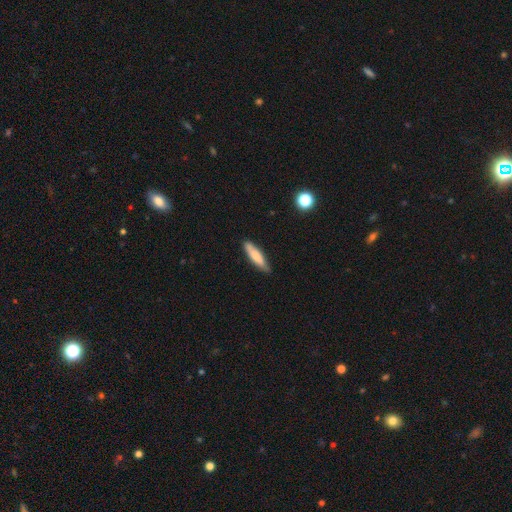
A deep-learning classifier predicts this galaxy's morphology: Q: Smooth or featured?
A: smooth (76%); runner-up: featured or disk (18%)
Q: How rounded?
A: cigar-shaped (76%); runner-up: in between (23%)
Q: Merging?
A: none (83%); runner-up: minor disturbance (13%)